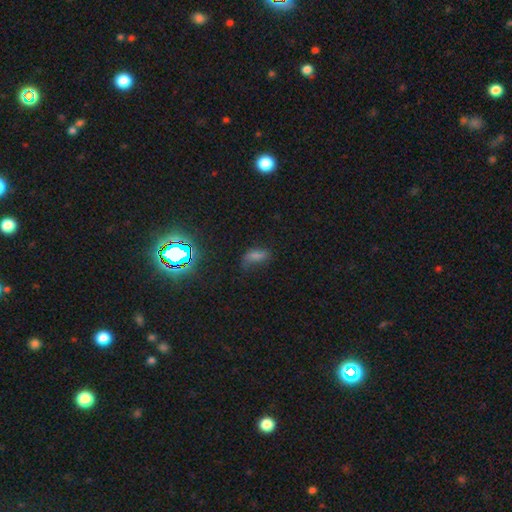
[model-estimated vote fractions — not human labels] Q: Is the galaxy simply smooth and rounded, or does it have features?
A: smooth — 49%.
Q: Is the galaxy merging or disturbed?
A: none — 46%.